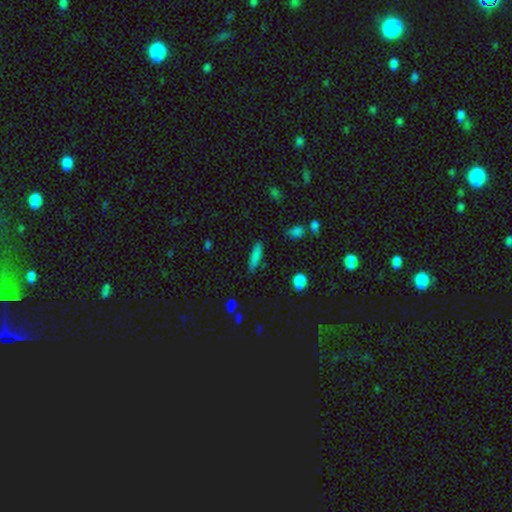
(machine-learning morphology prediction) A smooth galaxy with no disk features (80%) that is cigar-shaped (73%). Merging: none (83%).